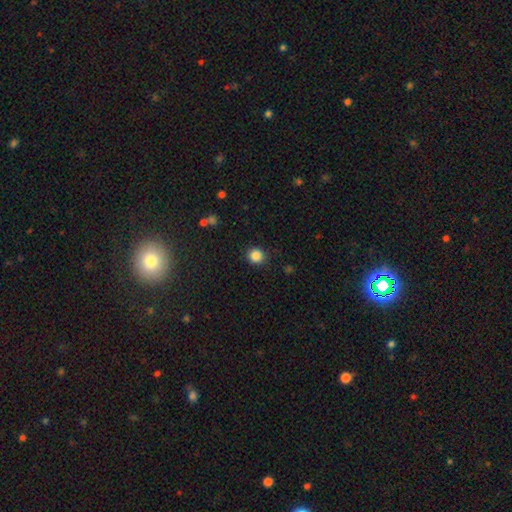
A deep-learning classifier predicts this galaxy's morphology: The model was most divided on "smooth or featured": smooth: 85%, star or artifact: 11%, featured or disk: 4%. More confident: how rounded — round (90%); merging — none (90%).